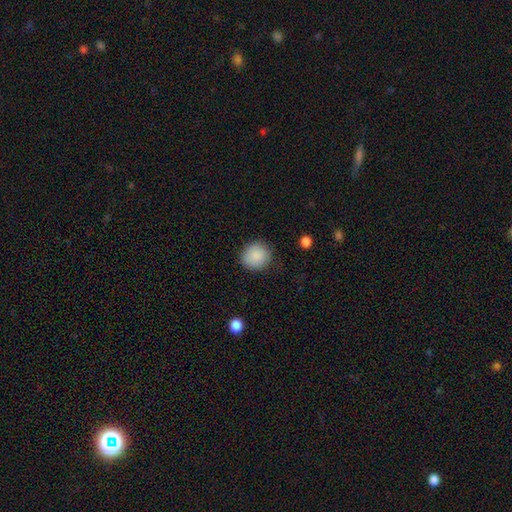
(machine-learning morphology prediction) Smooth or featured?
  - smooth: 89% *
  - star or artifact: 8%
  - featured or disk: 4%
How rounded?
  - round: 87% *
  - in between: 12%
  - cigar-shaped: 1%
Merging?
  - none: 86% *
  - minor disturbance: 10%
  - major disturbance: 3%
  - merger: 1%